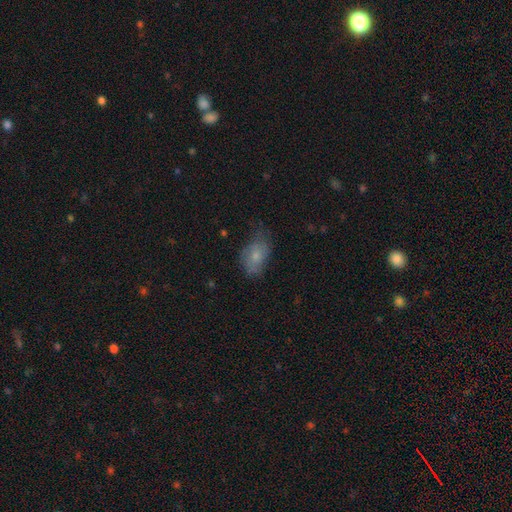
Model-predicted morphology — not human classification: Smooth or featured? Predicted: smooth (p=0.69). How rounded? Predicted: in between (p=0.86). Merging? Predicted: none (p=0.50).